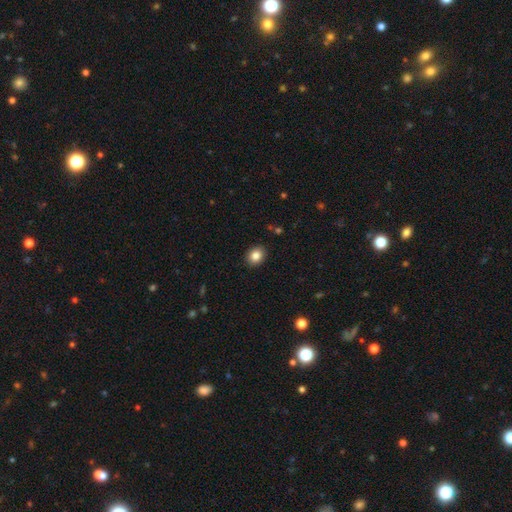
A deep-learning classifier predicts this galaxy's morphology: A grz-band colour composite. It shows a smooth galaxy with no disk features (85%) that is round (54%). Merging: none (90%).